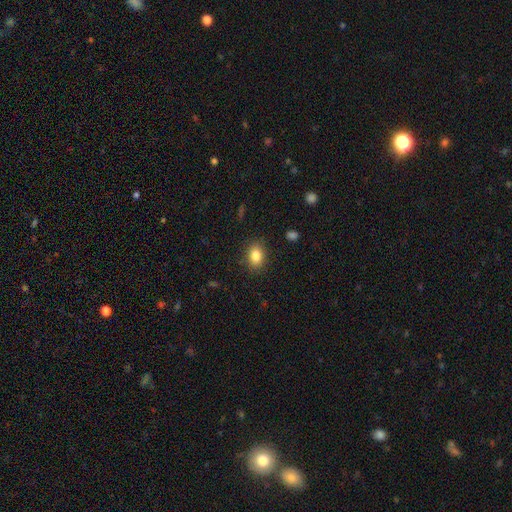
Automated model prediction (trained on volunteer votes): smooth-or-featured: smooth: 85% | star or artifact: 9% | featured or disk: 7%
  how-rounded: in between: 75% | round: 23% | cigar-shaped: 1%
  merging: none: 86% | minor disturbance: 10% | major disturbance: 3% | merger: 1%